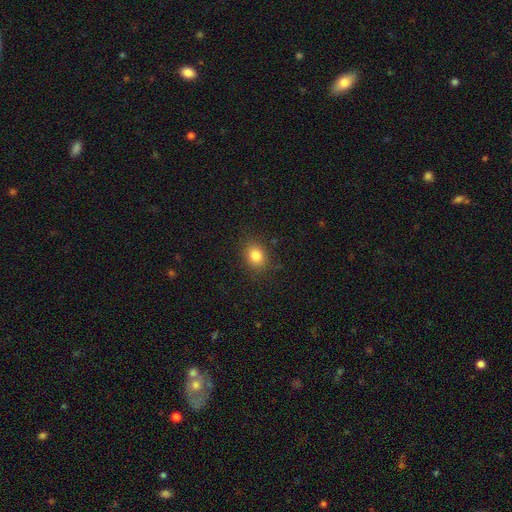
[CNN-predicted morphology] A smooth galaxy with no disk features (83%) that is round (50%). Merging: none (86%).